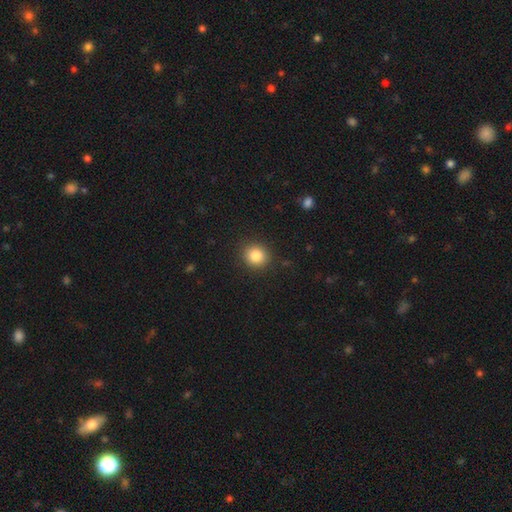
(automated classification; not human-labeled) smooth 84%, star or artifact 10%, featured or disk 5%. Down the decision tree: how rounded — round (84%); merging — none (90%).